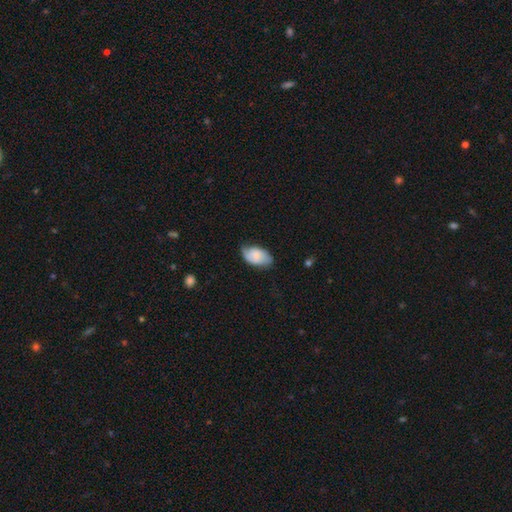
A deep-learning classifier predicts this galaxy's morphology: A smooth galaxy with no disk features (69%) that is in between round and cigar-shaped (94%). Merging: none (59%).